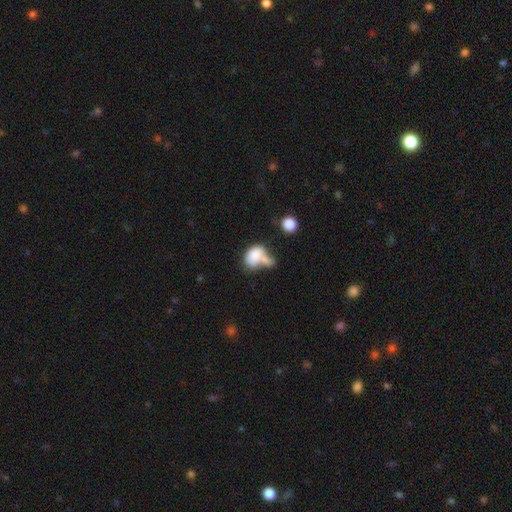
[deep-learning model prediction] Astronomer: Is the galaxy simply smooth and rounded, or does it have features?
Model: smooth — 76%.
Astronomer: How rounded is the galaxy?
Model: in between — 80%.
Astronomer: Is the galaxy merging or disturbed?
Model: merger — 56%.